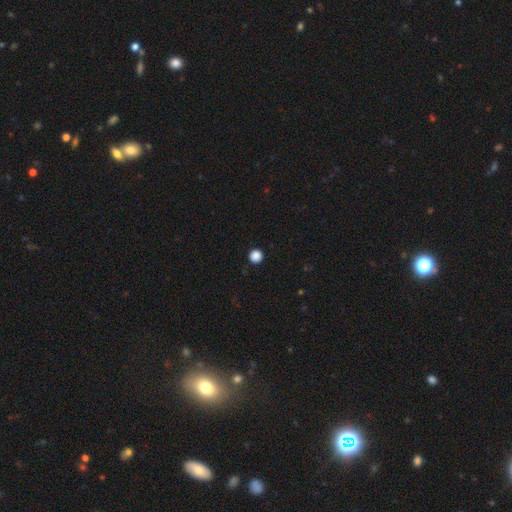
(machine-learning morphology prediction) Smooth or featured: smooth — 87% (star or artifact — 11%)
How rounded: round — 96% (in between — 3%)
Merging: none — 94% (minor disturbance — 4%)